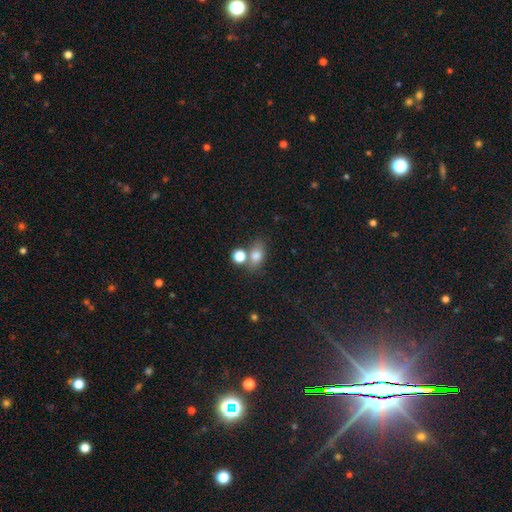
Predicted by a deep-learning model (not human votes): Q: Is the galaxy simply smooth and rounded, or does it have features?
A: smooth — 77%.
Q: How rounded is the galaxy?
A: in between — 70%.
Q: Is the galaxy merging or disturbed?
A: none — 57%.